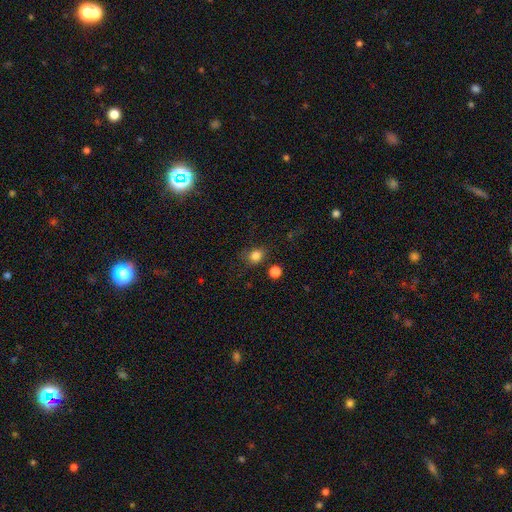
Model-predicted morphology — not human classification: Q: Smooth or featured?
A: smooth (82%); runner-up: star or artifact (13%)
Q: How rounded?
A: round (67%); runner-up: in between (32%)
Q: Merging?
A: none (71%); runner-up: minor disturbance (17%)